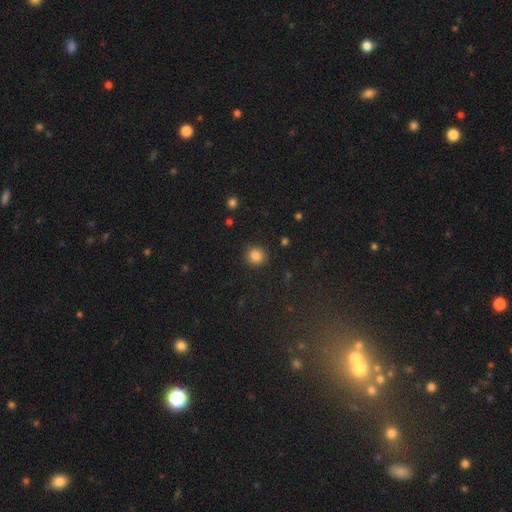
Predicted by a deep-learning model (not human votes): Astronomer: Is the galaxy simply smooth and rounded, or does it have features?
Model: smooth — 84%.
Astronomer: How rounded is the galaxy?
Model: round — 91%.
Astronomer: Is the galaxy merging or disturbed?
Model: none — 91%.